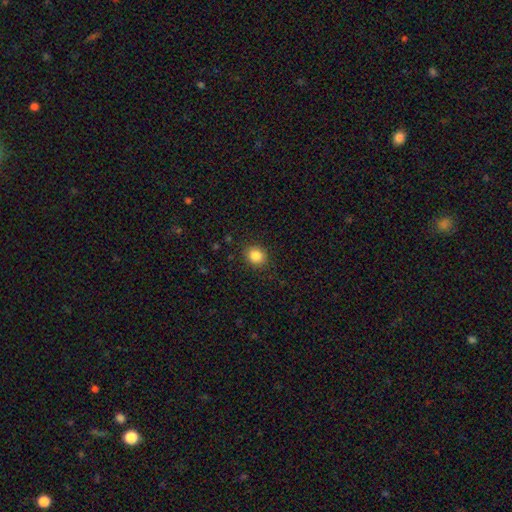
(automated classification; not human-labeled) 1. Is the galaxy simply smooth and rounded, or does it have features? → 85% smooth, 10% star or artifact, 5% featured or disk.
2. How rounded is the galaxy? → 70% round, 29% in between, 1% cigar-shaped.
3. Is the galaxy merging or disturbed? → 88% none, 8% minor disturbance, 3% major disturbance, 1% merger.